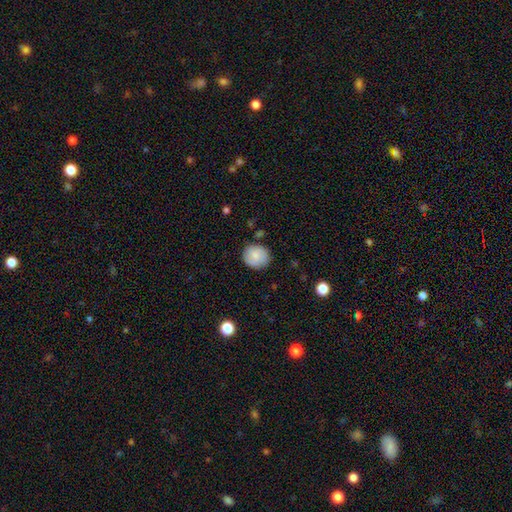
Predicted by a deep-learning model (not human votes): The model was most divided on "smooth or featured": smooth: 81%, featured or disk: 12%, star or artifact: 7%. More confident: how rounded — round (85%); merging — none (84%).